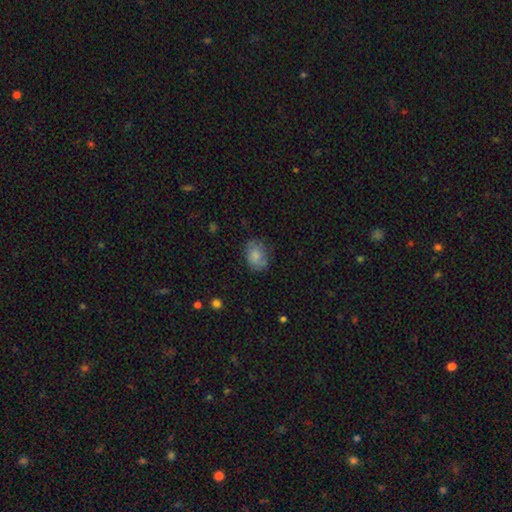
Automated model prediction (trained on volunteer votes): Smooth or featured? Predicted: smooth (p=0.74). How rounded? Predicted: in between (p=0.70). Merging? Predicted: none (p=0.67).